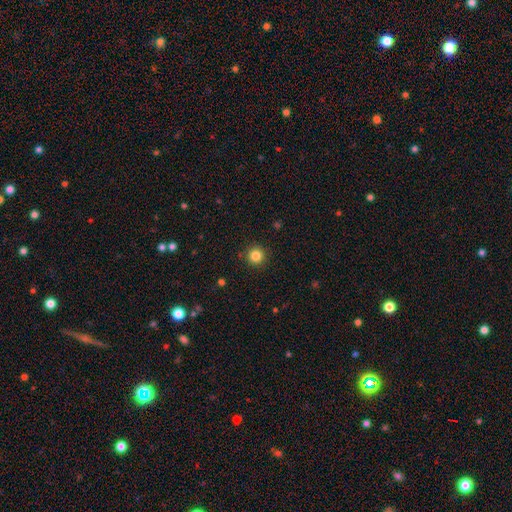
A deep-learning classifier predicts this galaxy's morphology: A smooth galaxy with no disk features (84%) that is round (95%). Merging: none (92%).